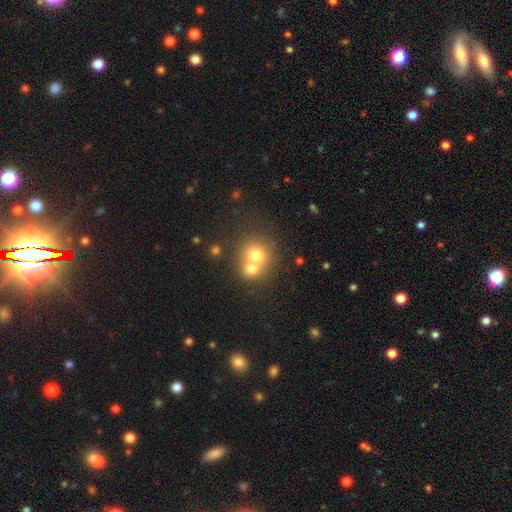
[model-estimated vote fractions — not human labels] Smooth or featured: smooth — 70% (featured or disk — 18%)
How rounded: round — 83% (in between — 16%)
Merging: merger — 58% (none — 34%)